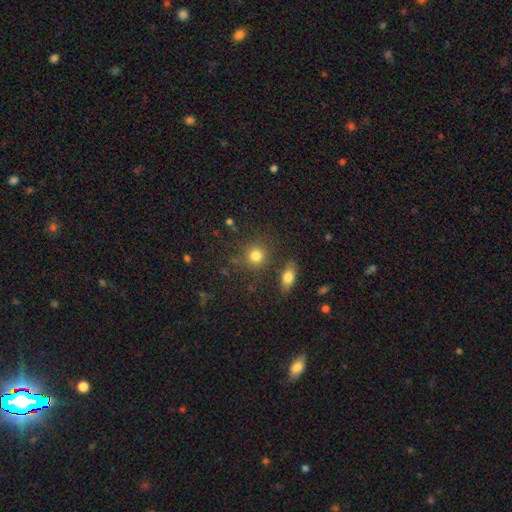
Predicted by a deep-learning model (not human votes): Smooth or featured? smooth (80%)
How rounded? round (86%)
Merging? none (78%)